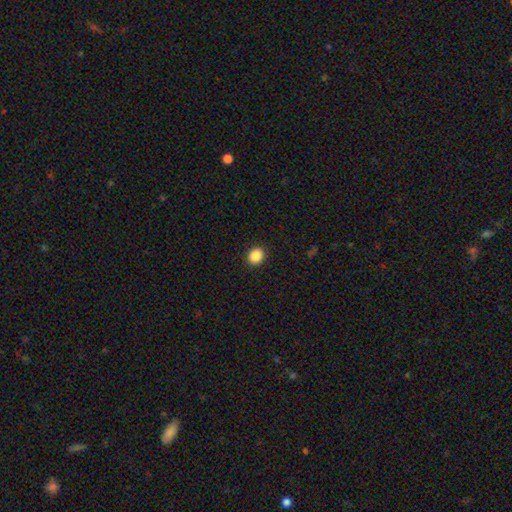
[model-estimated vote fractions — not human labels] Smooth or featured? Predicted: smooth (p=0.88). How rounded? Predicted: round (p=0.68). Merging? Predicted: none (p=0.92).